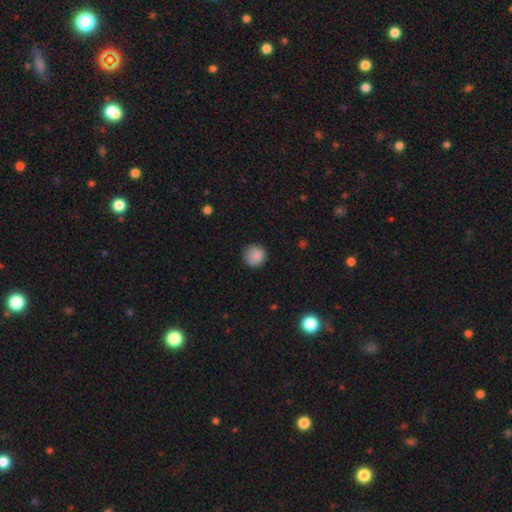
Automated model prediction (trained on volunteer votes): Overall: smooth (87%). How rounded: round (94%). Merging: none (87%).